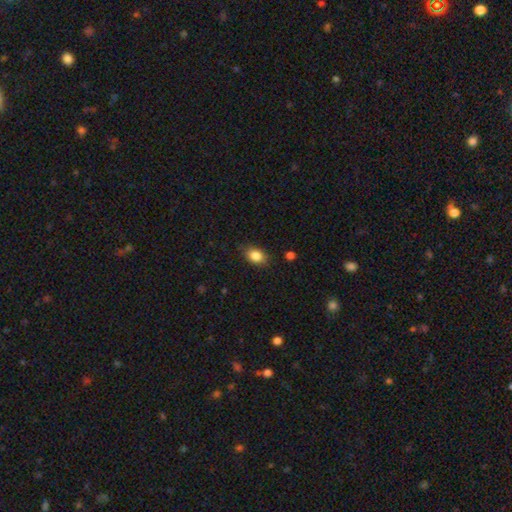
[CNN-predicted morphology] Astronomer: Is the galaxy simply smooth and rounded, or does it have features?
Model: smooth — 85%.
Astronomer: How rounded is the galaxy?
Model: in between — 77%.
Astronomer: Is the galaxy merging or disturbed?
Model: none — 81%.